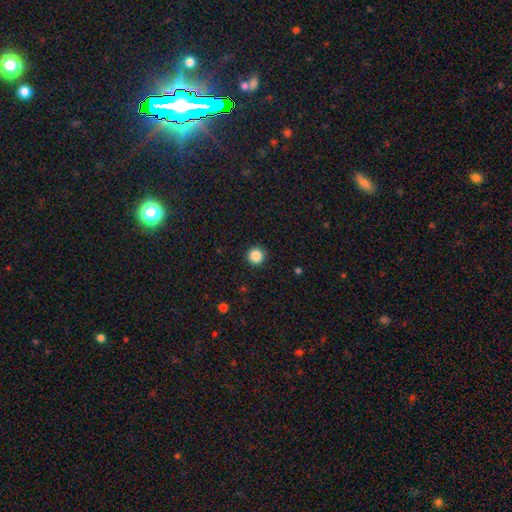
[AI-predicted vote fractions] This appears to be a smooth galaxy with no disk features (87%) that is round (96%). Merging: none (93%).